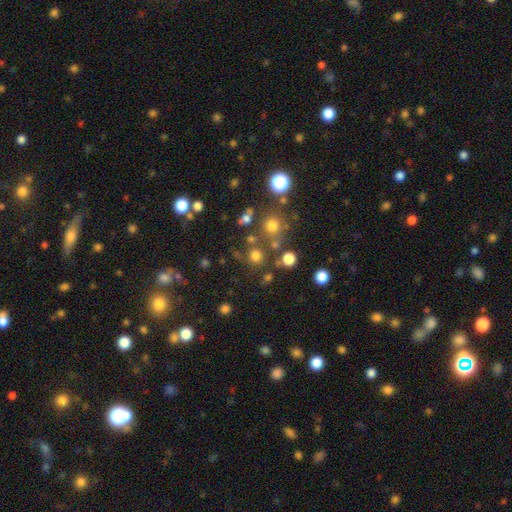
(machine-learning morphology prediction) The model was most divided on "smooth or featured": smooth: 72%, star or artifact: 21%, featured or disk: 8%. More confident: how rounded — round (89%); merging — none (72%).